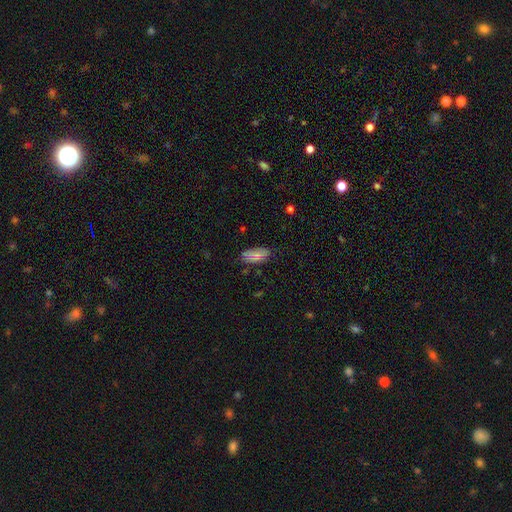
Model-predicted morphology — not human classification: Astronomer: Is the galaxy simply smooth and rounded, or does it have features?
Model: smooth — 71%.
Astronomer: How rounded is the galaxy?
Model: in between — 91%.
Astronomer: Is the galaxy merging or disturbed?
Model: none — 70%.